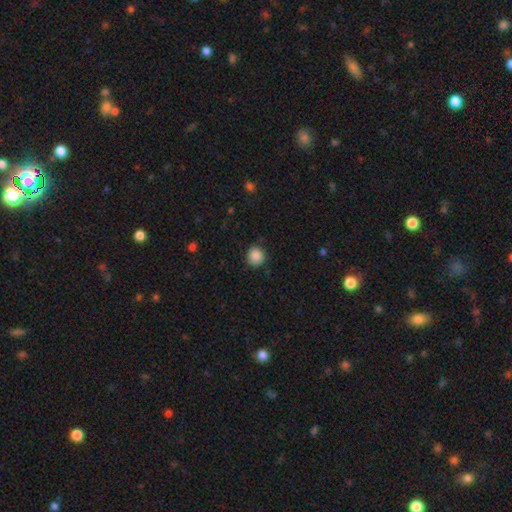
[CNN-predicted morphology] Overall: smooth (87%). How rounded: round (88%). Merging: none (84%).